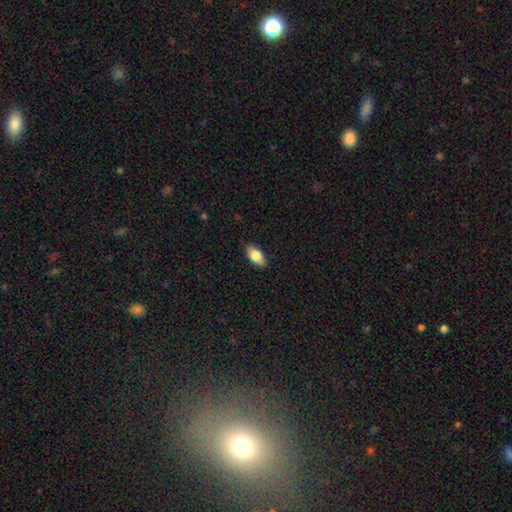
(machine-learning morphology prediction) This appears to be a smooth galaxy with no disk features (73%) that is in between round and cigar-shaped (87%). Merging: none (86%).